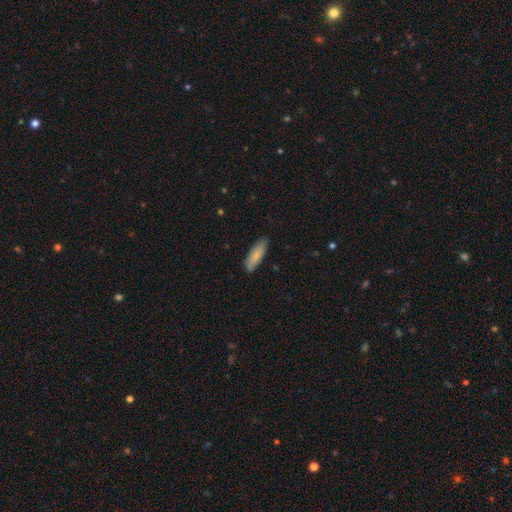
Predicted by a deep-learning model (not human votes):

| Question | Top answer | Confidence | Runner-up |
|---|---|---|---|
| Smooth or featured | smooth | 81% | featured or disk (13%) |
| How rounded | cigar-shaped | 52% | in between (47%) |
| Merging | none | 83% | minor disturbance (13%) |